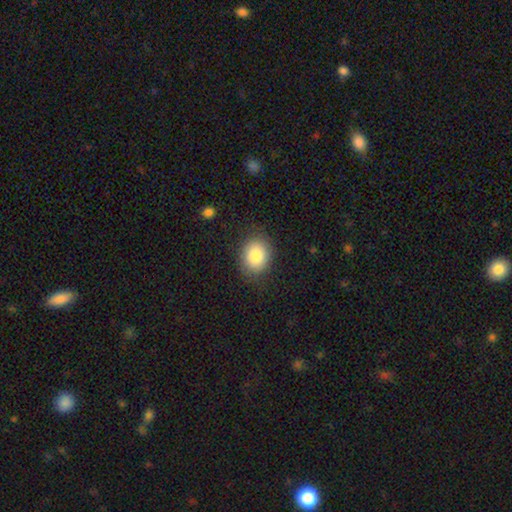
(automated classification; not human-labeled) Overall: smooth (84%). How rounded: round (50%; in between 49%). Merging: none (83%).